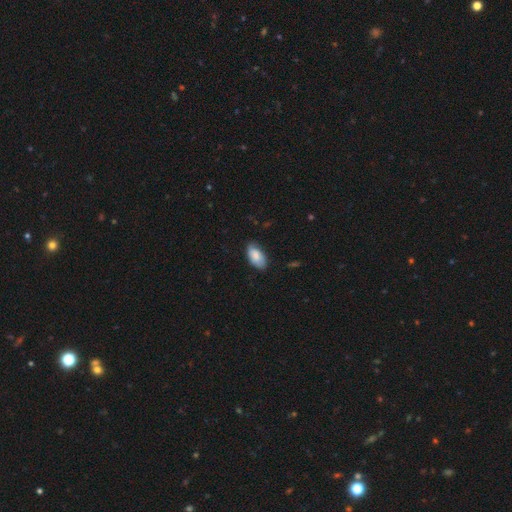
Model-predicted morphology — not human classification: This is clearly a smooth galaxy (81%). How rounded: clearly in between (94%). Merging: likely none (72%).